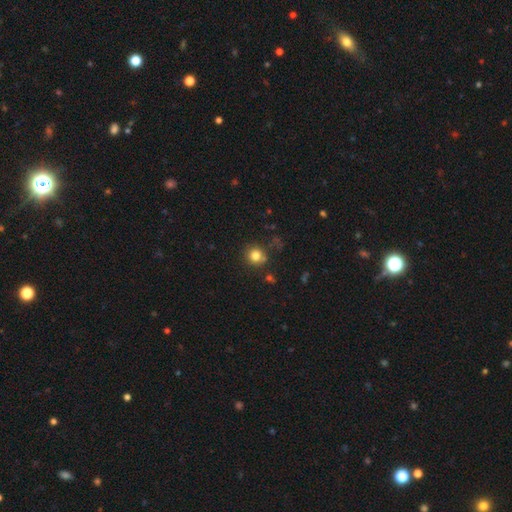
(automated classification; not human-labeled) smooth_or_featured: smooth (p=0.81) [alt: star or artifact p=0.13]
how_rounded: round (p=0.91) [alt: in between p=0.08]
merging: none (p=0.81) [alt: minor disturbance p=0.10]